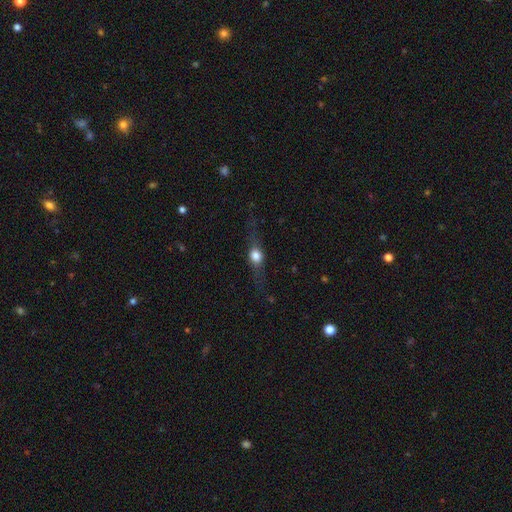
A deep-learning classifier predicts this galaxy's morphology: Q: Smooth or featured?
A: featured or disk (52%); runner-up: smooth (39%)
Q: Edge-on disk?
A: yes (90%); runner-up: no (10%)
Q: Merging?
A: none (76%); runner-up: minor disturbance (14%)